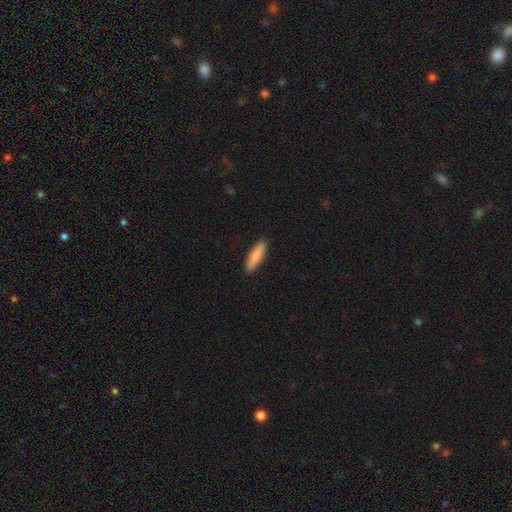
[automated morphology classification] Smooth or featured? smooth (87%)
How rounded? cigar-shaped (62%)
Merging? none (91%)